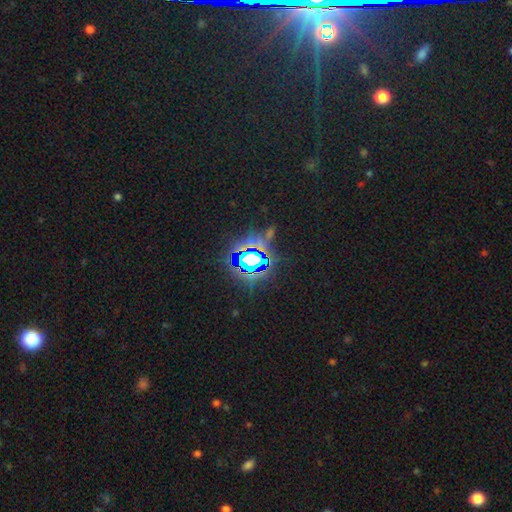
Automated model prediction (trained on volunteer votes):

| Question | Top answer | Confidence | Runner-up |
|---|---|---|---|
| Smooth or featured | star or artifact | 79% | smooth (12%) |